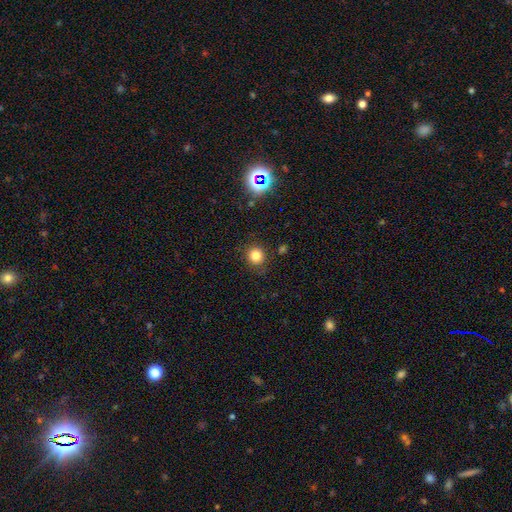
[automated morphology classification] smooth_or_featured: smooth (p=0.79) [alt: star or artifact p=0.15]
how_rounded: round (p=0.88) [alt: in between p=0.11]
merging: none (p=0.86) [alt: minor disturbance p=0.09]